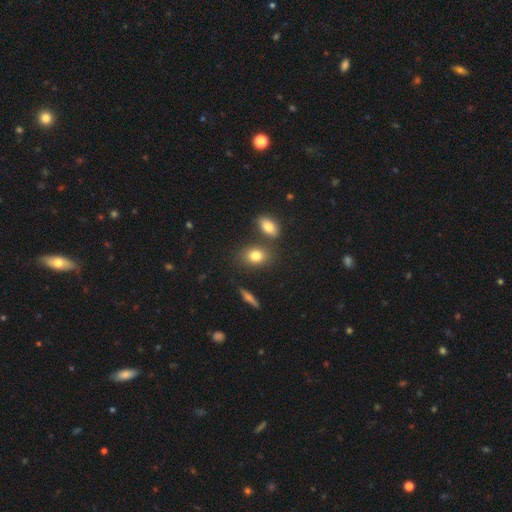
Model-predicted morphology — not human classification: smooth 80%, featured or disk 11%, star or artifact 10%. Down the decision tree: how rounded — in between (69%); merging — none (73%).